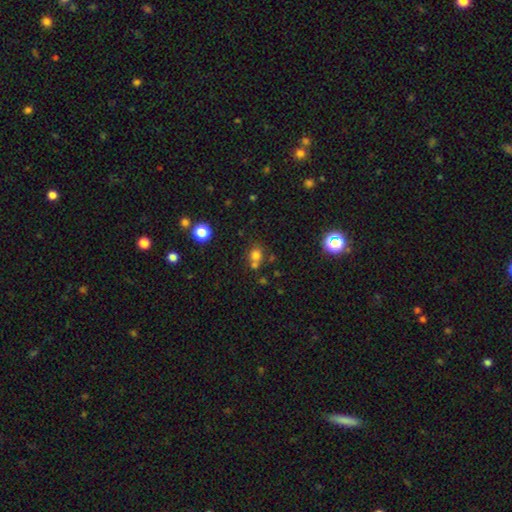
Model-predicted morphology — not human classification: A smooth galaxy with no disk features (72%) that is round (78%). Merging: none (53%).